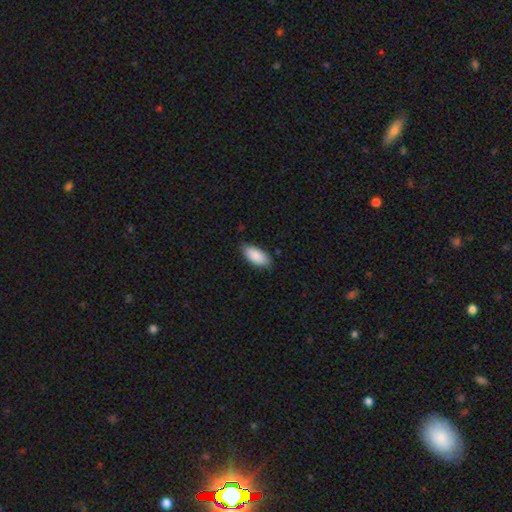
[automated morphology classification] A smooth galaxy with no disk features (89%) that is in between round and cigar-shaped (91%). Merging: none (79%).